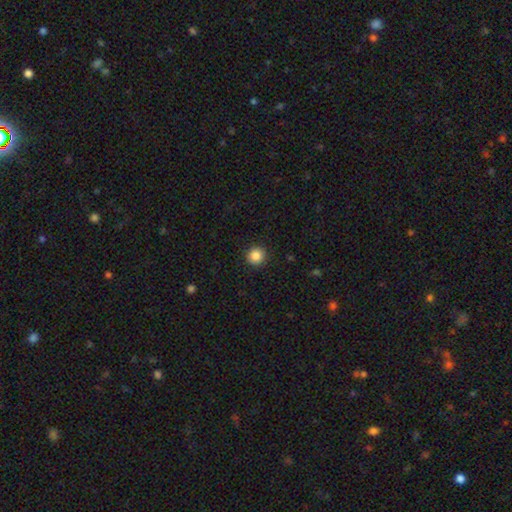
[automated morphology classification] Overall: smooth (87%). How rounded: round (95%). Merging: none (92%).